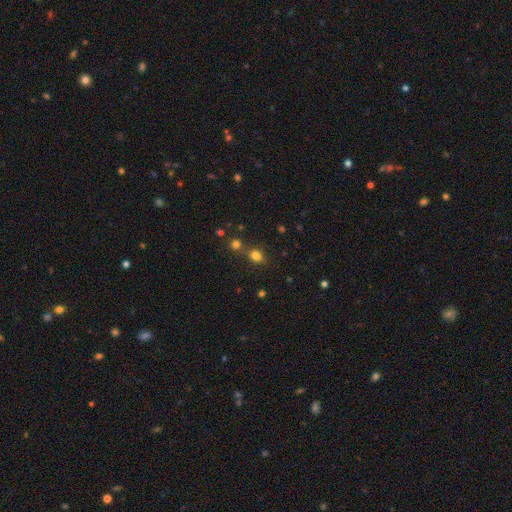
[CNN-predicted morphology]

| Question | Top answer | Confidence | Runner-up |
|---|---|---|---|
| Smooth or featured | smooth | 76% | star or artifact (17%) |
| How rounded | in between | 55% | round (44%) |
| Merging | none | 59% | merger (26%) |